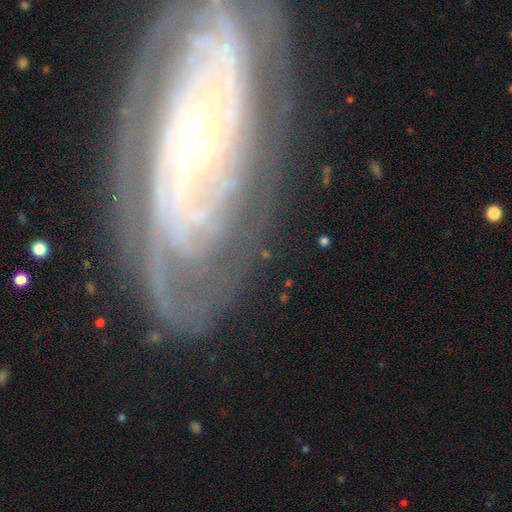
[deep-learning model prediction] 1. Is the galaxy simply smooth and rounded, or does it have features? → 87% featured or disk, 7% smooth, 7% star or artifact.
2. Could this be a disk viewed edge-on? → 92% no, 8% yes.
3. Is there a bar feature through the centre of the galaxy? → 63% no, 23% weak, 14% strong.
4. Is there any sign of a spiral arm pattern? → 94% yes, 6% no.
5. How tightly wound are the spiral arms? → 76% tight, 19% medium, 5% loose.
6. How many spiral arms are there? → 34% can't tell, 18% 2, 14% 3, 13% 4, 12% more than 4, 8% 1.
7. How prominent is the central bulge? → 71% small, 23% moderate, 3% large, 2% none, 1% dominant.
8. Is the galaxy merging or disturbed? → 76% none, 15% minor disturbance, 7% major disturbance, 2% merger.